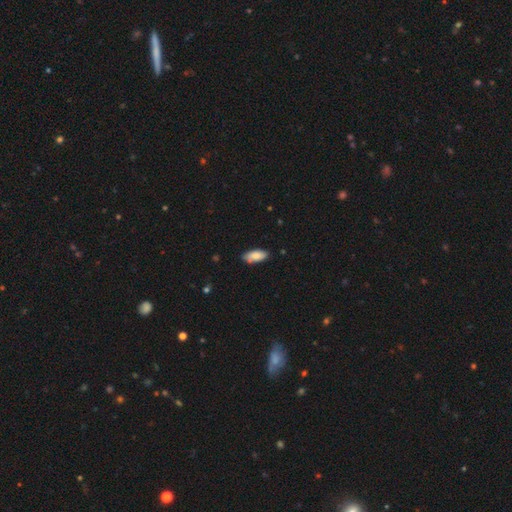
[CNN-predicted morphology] smooth 85%, featured or disk 9%, star or artifact 6%. Down the decision tree: how rounded — in between (85%); merging — none (78%).